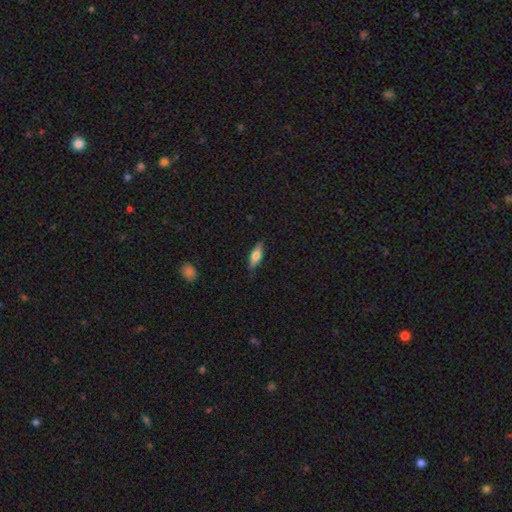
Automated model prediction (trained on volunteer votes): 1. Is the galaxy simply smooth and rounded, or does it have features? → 70% smooth, 24% featured or disk, 6% star or artifact.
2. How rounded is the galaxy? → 62% in between, 36% cigar-shaped, 2% round.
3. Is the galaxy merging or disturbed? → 85% none, 11% minor disturbance, 2% major disturbance, 1% merger.